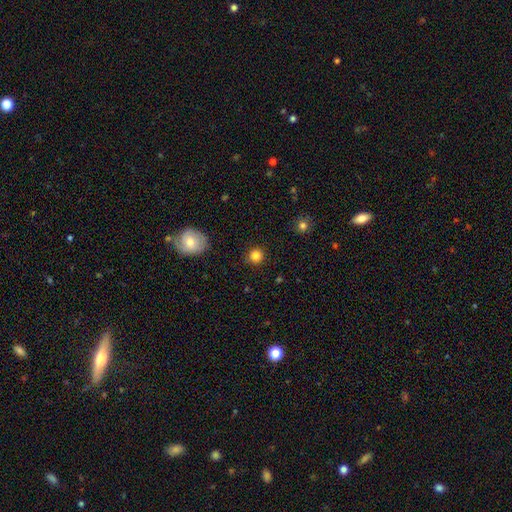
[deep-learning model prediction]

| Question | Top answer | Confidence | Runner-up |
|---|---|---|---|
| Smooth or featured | smooth | 83% | star or artifact (12%) |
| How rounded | round | 93% | in between (6%) |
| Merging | none | 90% | minor disturbance (7%) |